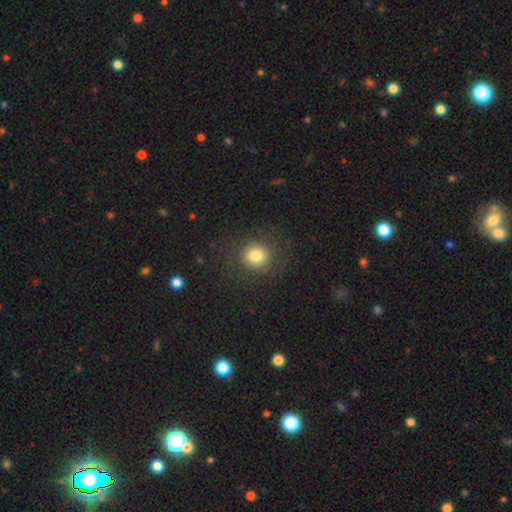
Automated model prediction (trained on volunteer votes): This is likely a smooth galaxy (78%). How rounded: clearly round (86%). Merging: clearly none (83%).